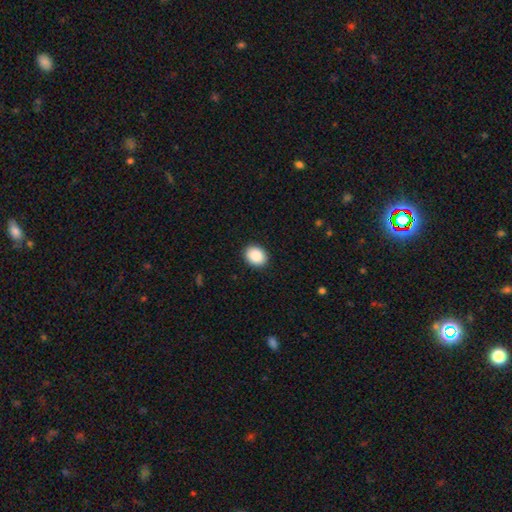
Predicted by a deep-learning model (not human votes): Q: Smooth or featured?
A: smooth (90%); runner-up: star or artifact (7%)
Q: How rounded?
A: in between (53%); runner-up: round (46%)
Q: Merging?
A: none (91%); runner-up: minor disturbance (6%)